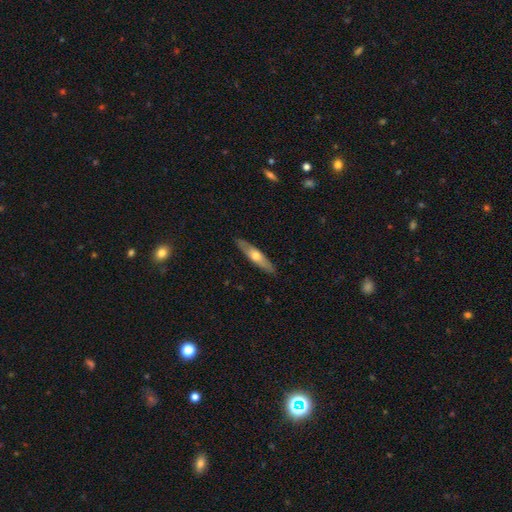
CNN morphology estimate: featured or disk 49%, smooth 46%, star or artifact 6%. Down the decision tree: merging — none (89%).